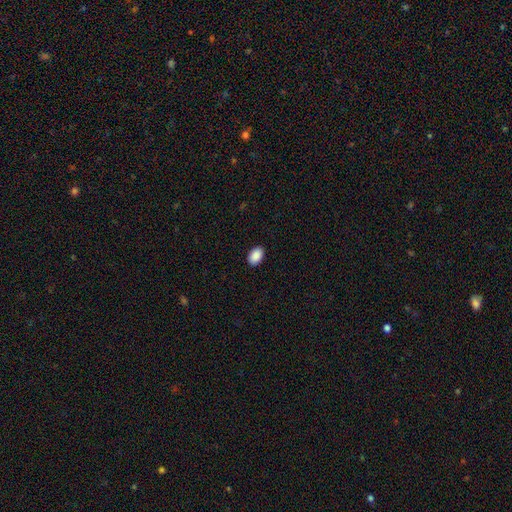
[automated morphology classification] Smooth or featured?
  - smooth: 91% *
  - star or artifact: 7%
  - featured or disk: 2%
How rounded?
  - in between: 86% *
  - round: 13%
  - cigar-shaped: 1%
Merging?
  - none: 90% *
  - minor disturbance: 7%
  - major disturbance: 2%
  - merger: 1%